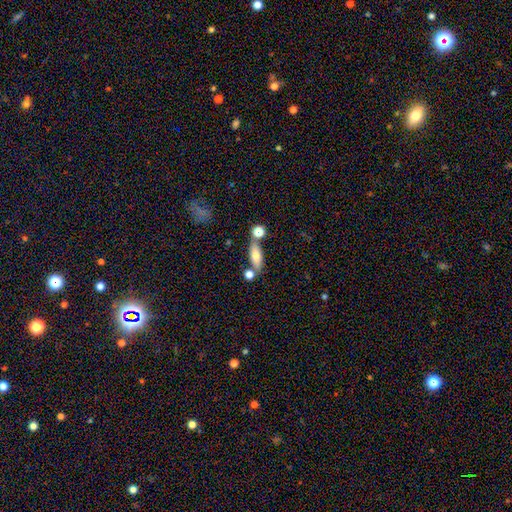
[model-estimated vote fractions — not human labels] smooth-or-featured: smooth: 68% | featured or disk: 24% | star or artifact: 8%
  how-rounded: in between: 60% | cigar-shaped: 35% | round: 5%
  merging: none: 64% | merger: 19% | minor disturbance: 13% | major disturbance: 4%